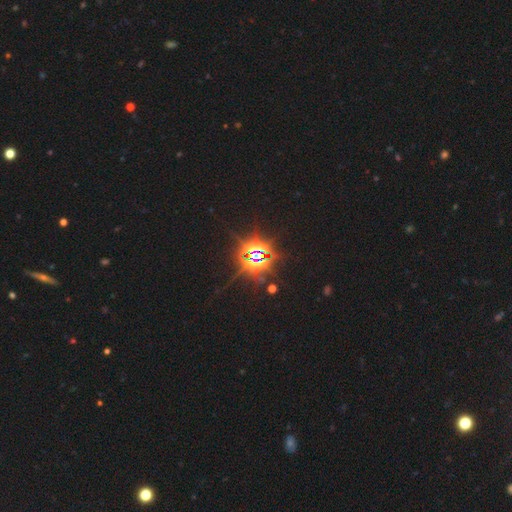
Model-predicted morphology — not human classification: Overall: star or artifact (85%).